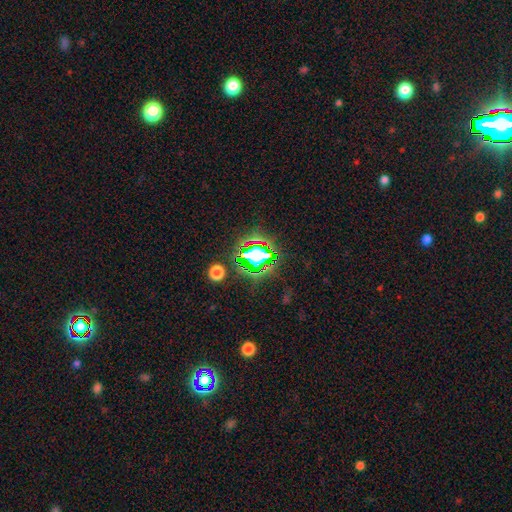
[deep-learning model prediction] Smooth or featured? Predicted: star or artifact (p=0.62).